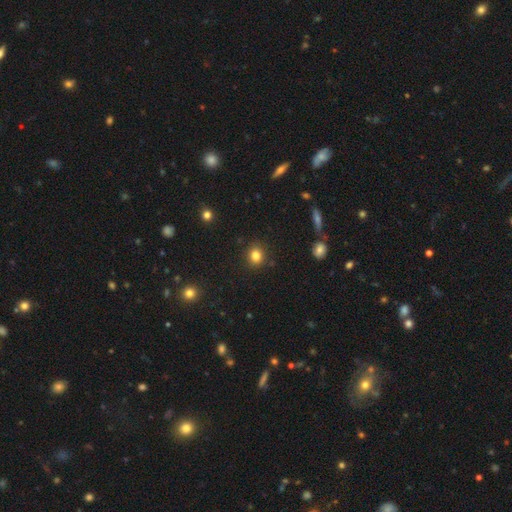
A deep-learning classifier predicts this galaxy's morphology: This appears to be a smooth galaxy with no disk features (83%) that is round (80%). Merging: none (89%).